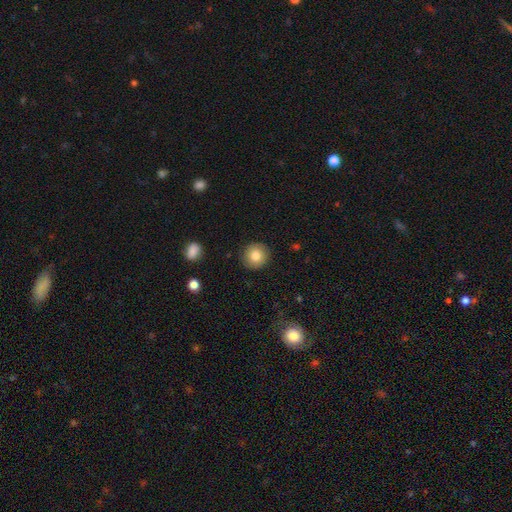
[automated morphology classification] Smooth or featured: smooth — 82% (featured or disk — 10%)
How rounded: round — 92% (in between — 7%)
Merging: none — 89% (minor disturbance — 8%)